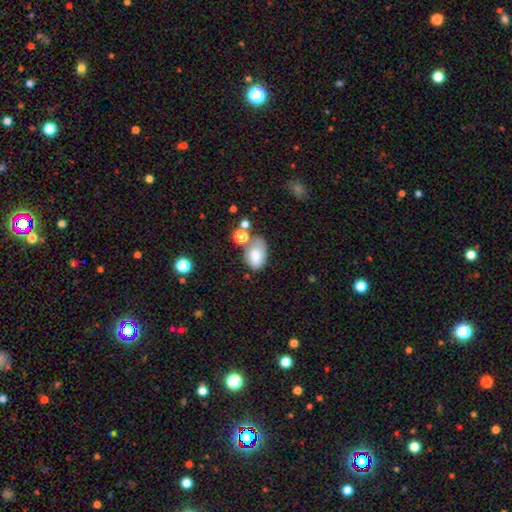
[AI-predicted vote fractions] smooth_or_featured: smooth (p=0.75) [alt: featured or disk p=0.16]
how_rounded: in between (p=0.86) [alt: round p=0.13]
merging: none (p=0.39) [alt: minor disturbance p=0.26]